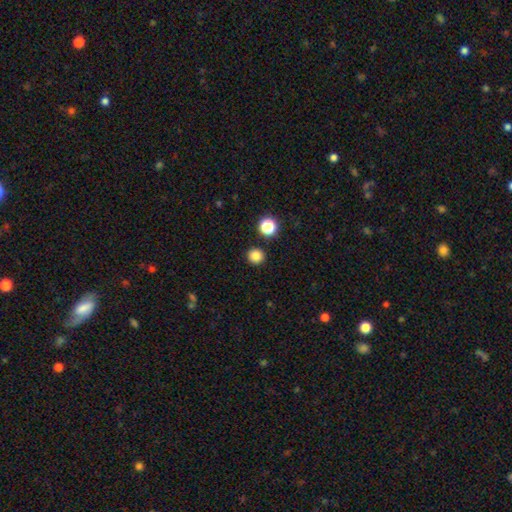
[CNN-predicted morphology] Smooth or featured? Predicted: smooth (p=0.83). How rounded? Predicted: round (p=0.94). Merging? Predicted: none (p=0.91).